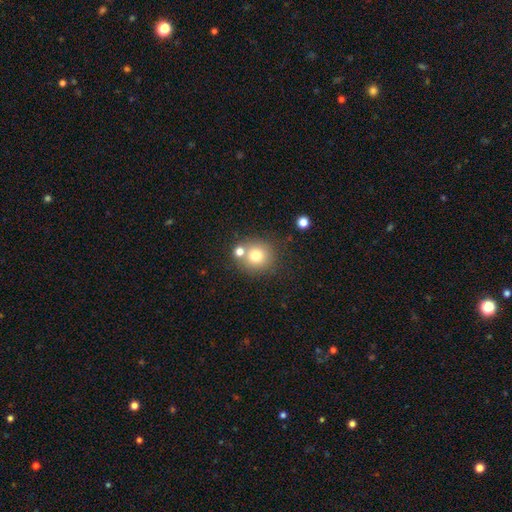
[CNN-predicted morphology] Smooth or featured?
  - smooth: 76% *
  - star or artifact: 12%
  - featured or disk: 12%
How rounded?
  - round: 89% *
  - in between: 10%
  - cigar-shaped: 1%
Merging?
  - none: 66% *
  - merger: 22%
  - minor disturbance: 9%
  - major disturbance: 3%